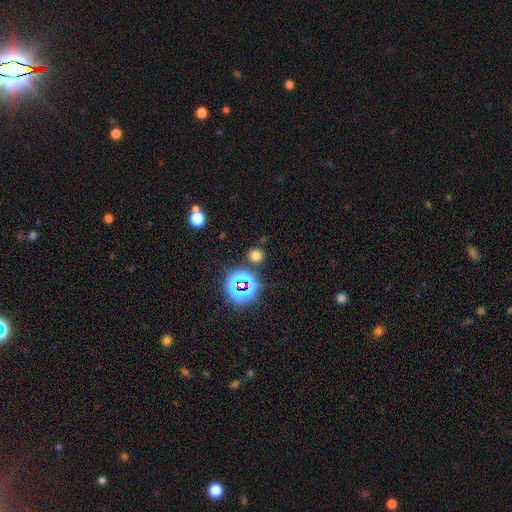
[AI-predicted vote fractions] smooth 65%, star or artifact 29%, featured or disk 6%. Down the decision tree: how rounded — round (89%); merging — none (83%).